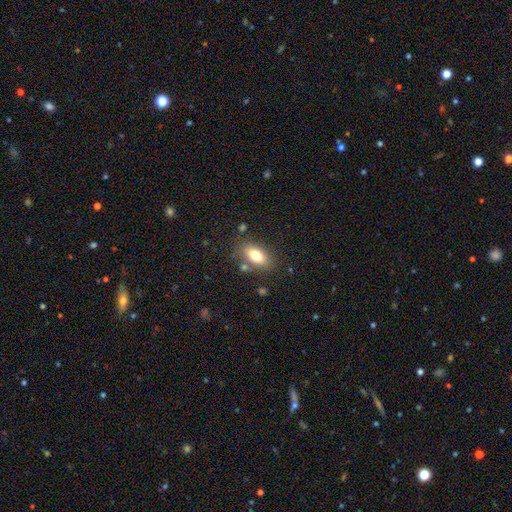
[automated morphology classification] A smooth galaxy with no disk features (79%) that is in between round and cigar-shaped (88%). Merging: none (78%).